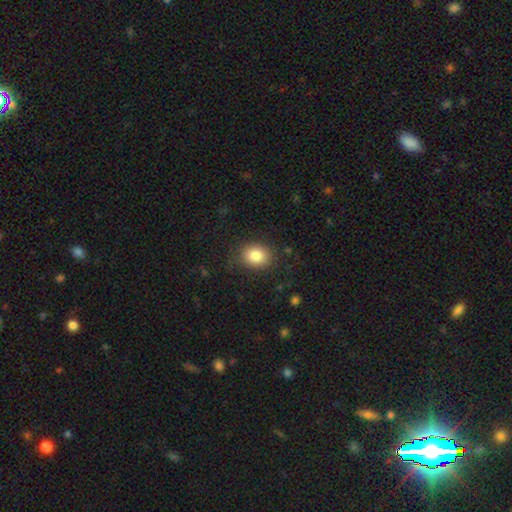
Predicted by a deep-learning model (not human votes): Smooth or featured? smooth (84%)
How rounded? round (53%)
Merging? none (83%)